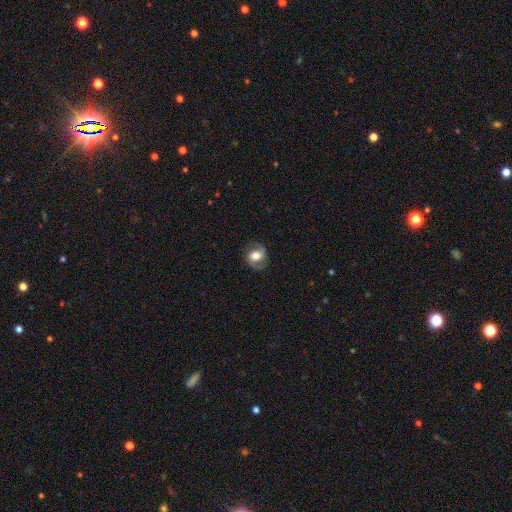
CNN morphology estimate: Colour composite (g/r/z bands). It shows a featured or disk galaxy (70%) with no bar (49%), 2 (90%) medium (51%) spiral arms (91%) and a moderate central bulge (53%). Merging: none (79%).